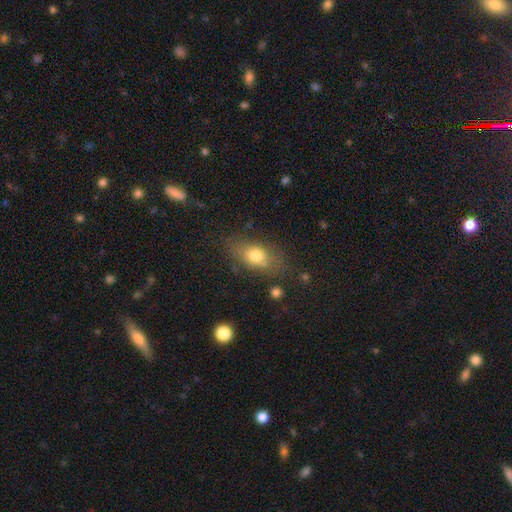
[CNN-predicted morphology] This appears to be a smooth galaxy with no disk features (75%) that is in between round and cigar-shaped (76%). Merging: none (70%).